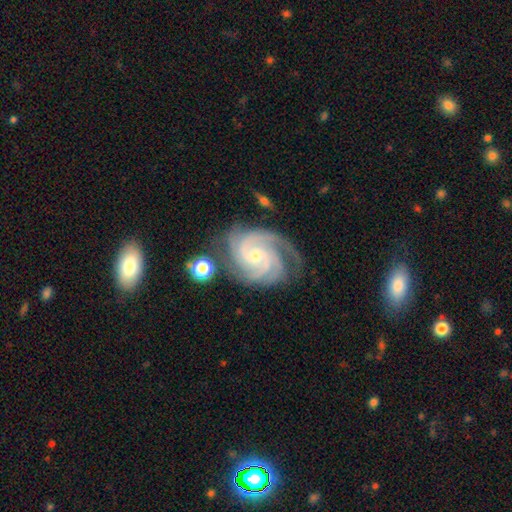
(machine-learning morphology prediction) Q: Smooth or featured?
A: featured or disk (92%); runner-up: star or artifact (5%)
Q: Edge-on disk?
A: no (98%); runner-up: yes (2%)
Q: Bar?
A: no (61%); runner-up: weak (31%)
Q: Spiral arms?
A: yes (99%); runner-up: no (1%)
Q: Spiral winding?
A: tight (67%); runner-up: medium (30%)
Q: Spiral arm count?
A: 3 (39%); runner-up: 4 (36%)
Q: Bulge size?
A: small (68%); runner-up: moderate (28%)
Q: Merging?
A: none (72%); runner-up: minor disturbance (18%)